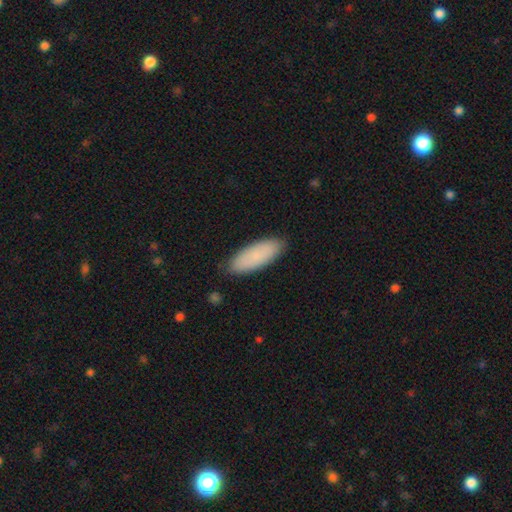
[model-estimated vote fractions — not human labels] Smooth or featured?
  - smooth: 85% *
  - featured or disk: 9%
  - star or artifact: 6%
How rounded?
  - in between: 72% *
  - cigar-shaped: 26%
  - round: 2%
Merging?
  - none: 86% *
  - minor disturbance: 11%
  - major disturbance: 2%
  - merger: 1%